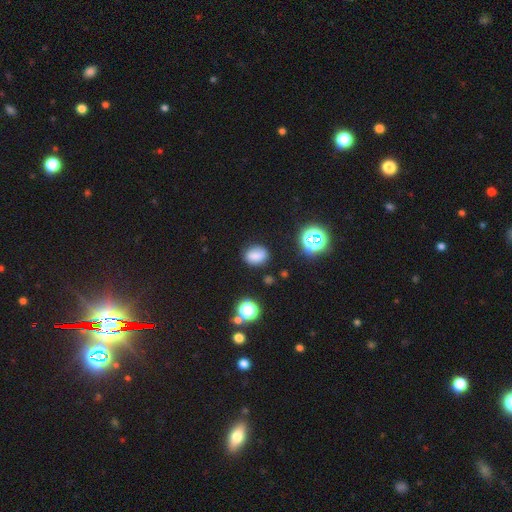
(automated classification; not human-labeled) smooth 75%, star or artifact 15%, featured or disk 9%. Down the decision tree: how rounded — in between (60%); merging — none (78%).